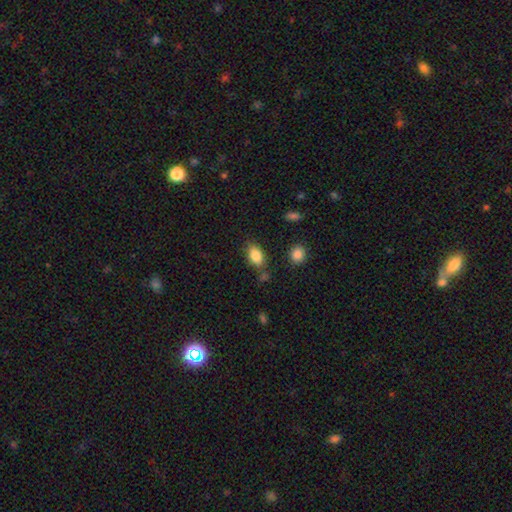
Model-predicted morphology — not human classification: Smooth or featured: smooth — 85% (star or artifact — 8%)
How rounded: in between — 88% (round — 9%)
Merging: none — 71% (minor disturbance — 18%)